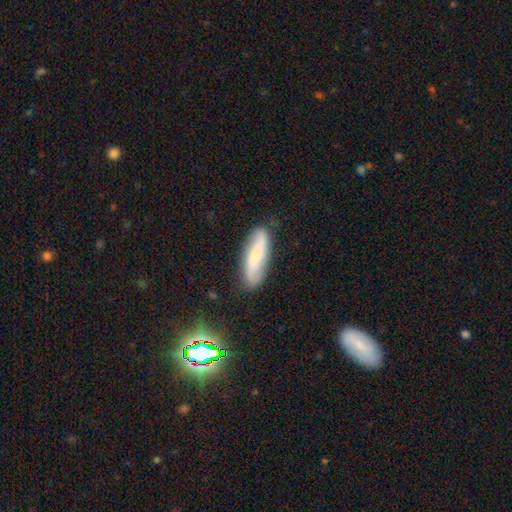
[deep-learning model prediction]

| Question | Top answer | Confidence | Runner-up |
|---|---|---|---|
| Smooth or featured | featured or disk | 48% | smooth (44%) |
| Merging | none | 83% | minor disturbance (13%) |